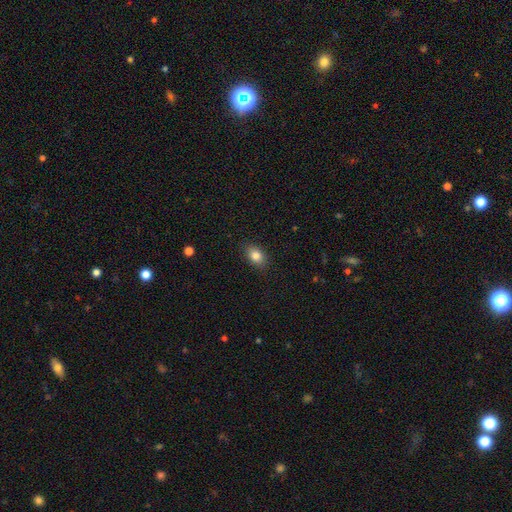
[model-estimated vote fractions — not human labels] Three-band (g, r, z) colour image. It shows a smooth galaxy with no disk features (84%) that is in between round and cigar-shaped (80%). Merging: none (87%).